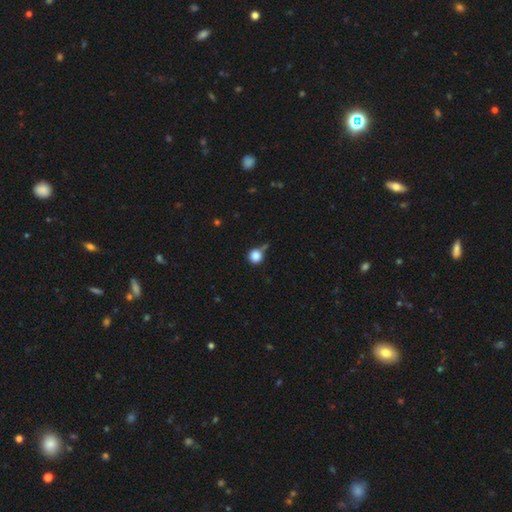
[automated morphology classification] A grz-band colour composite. It shows a smooth galaxy with no disk features (85%) that is round (93%). Merging: none (67%).